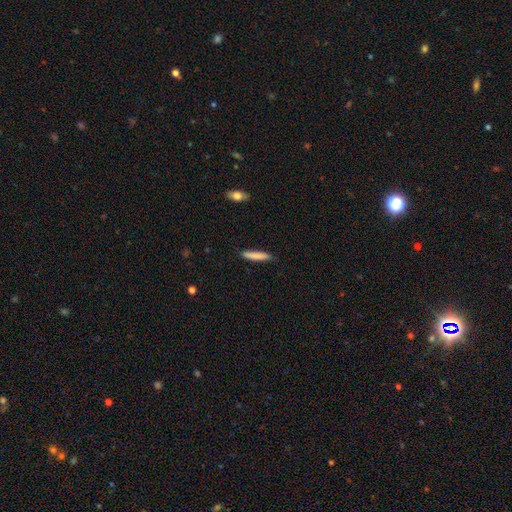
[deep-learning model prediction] Overall: smooth (83%). How rounded: cigar-shaped (91%). Merging: none (87%).